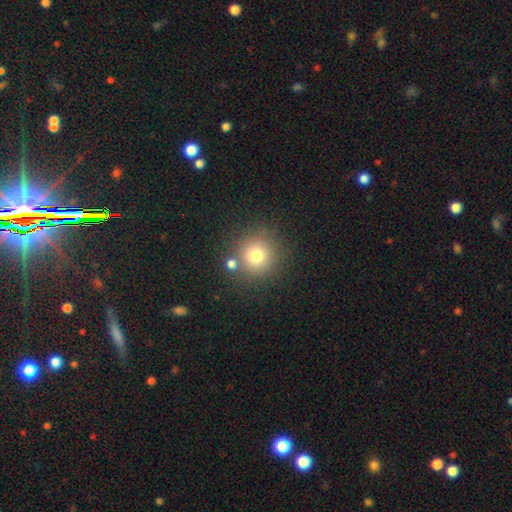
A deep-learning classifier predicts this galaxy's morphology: This is likely a smooth galaxy (76%). How rounded: clearly round (93%). Merging: likely none (75%).